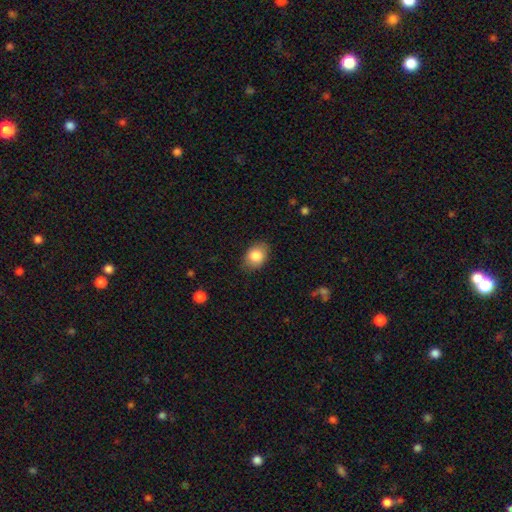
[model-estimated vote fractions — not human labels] smooth-or-featured: smooth: 83% | featured or disk: 9% | star or artifact: 8%
  how-rounded: in between: 73% | round: 26% | cigar-shaped: 1%
  merging: none: 82% | minor disturbance: 14% | major disturbance: 3% | merger: 1%